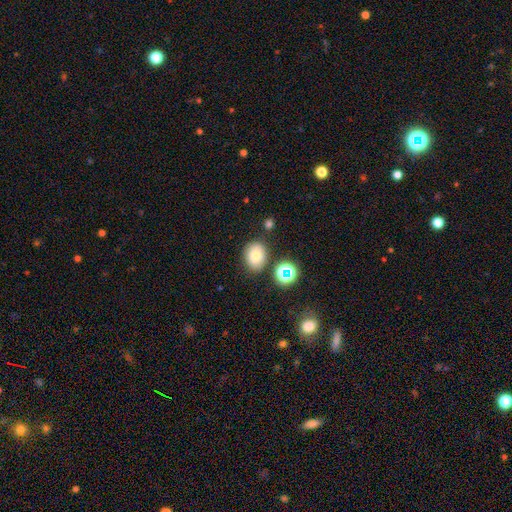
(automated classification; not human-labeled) The model was most divided on "how rounded": in between: 56%, round: 43%, cigar-shaped: 1%. More confident: merging — none (78%); smooth or featured — smooth (75%).